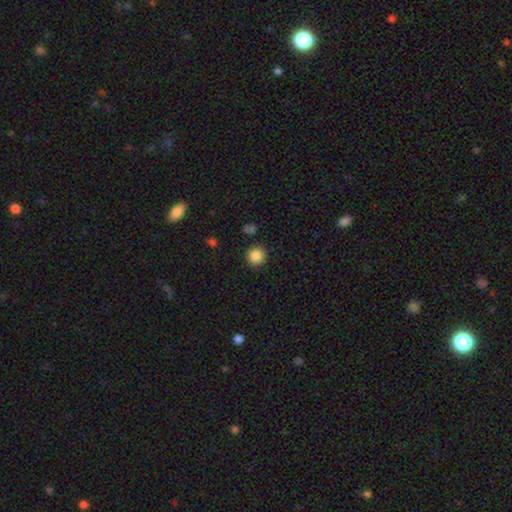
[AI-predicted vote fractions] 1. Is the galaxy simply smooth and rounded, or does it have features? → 86% smooth, 10% star or artifact, 4% featured or disk.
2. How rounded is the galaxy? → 94% round, 5% in between, 1% cigar-shaped.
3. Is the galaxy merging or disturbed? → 90% none, 6% minor disturbance, 2% major disturbance, 2% merger.